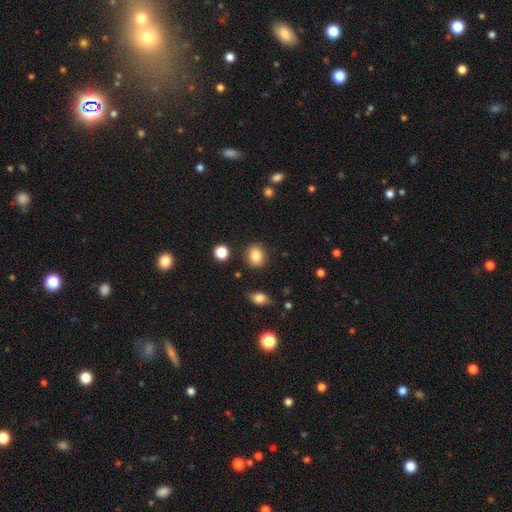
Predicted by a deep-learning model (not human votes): The model was most divided on "how rounded": round: 70%, in between: 29%, cigar-shaped: 1%. More confident: merging — none (86%); smooth or featured — smooth (84%).